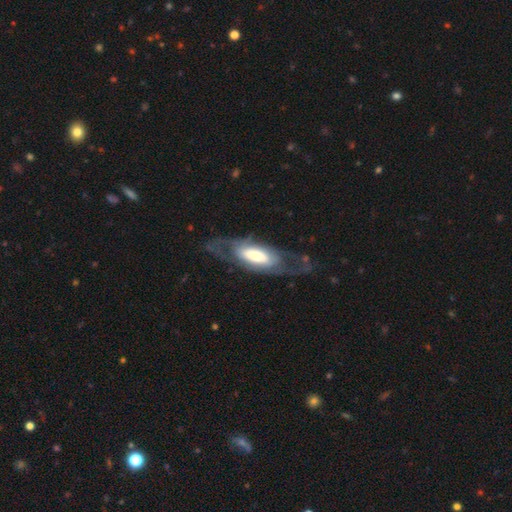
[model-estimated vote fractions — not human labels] A featured or disk galaxy (62%).

Vote fractions:
- Smooth or featured? featured or disk: 62% / smooth: 33% / star or artifact: 5%
- Edge-on disk? no: 81% / yes: 19%
- Merging? none: 59% / major disturbance: 20% / minor disturbance: 19% / merger: 2%